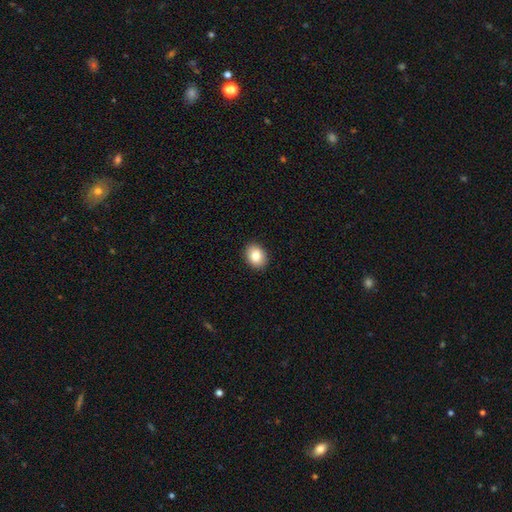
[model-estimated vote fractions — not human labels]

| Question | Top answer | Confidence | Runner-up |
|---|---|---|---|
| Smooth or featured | smooth | 84% | star or artifact (8%) |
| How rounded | in between | 53% | round (46%) |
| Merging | none | 91% | minor disturbance (6%) |